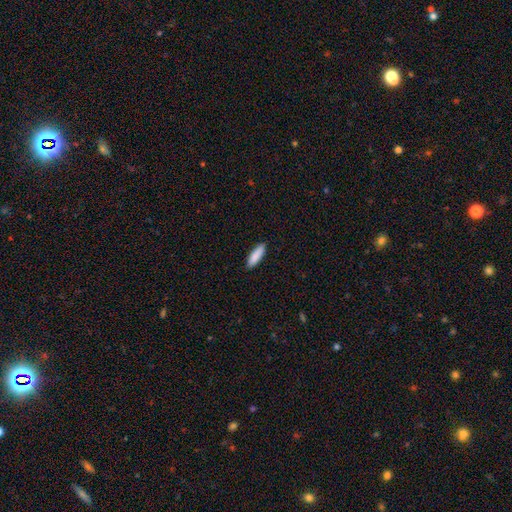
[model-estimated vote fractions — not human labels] Morphology: type=smooth (88%); roundness=cigar-shaped (58%); merging=none (90%).